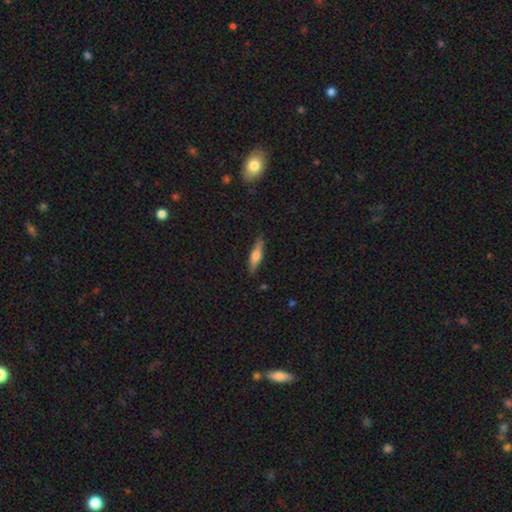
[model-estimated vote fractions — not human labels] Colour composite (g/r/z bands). It shows a smooth galaxy with no disk features (51%) that is cigar-shaped (74%). Merging: none (86%).